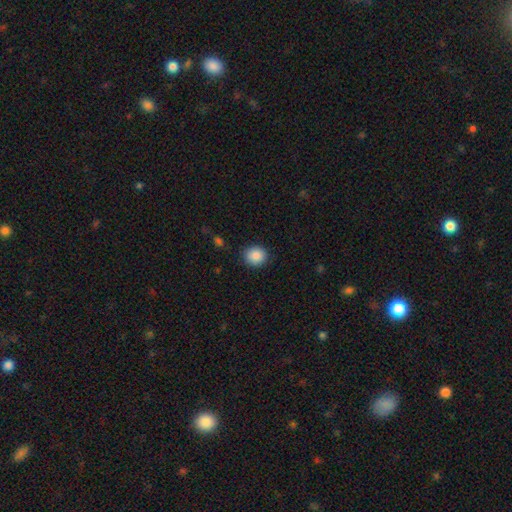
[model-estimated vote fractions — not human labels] smooth_or_featured: smooth (p=0.88) [alt: star or artifact p=0.08]
how_rounded: round (p=0.79) [alt: in between p=0.20]
merging: none (p=0.88) [alt: minor disturbance p=0.09]